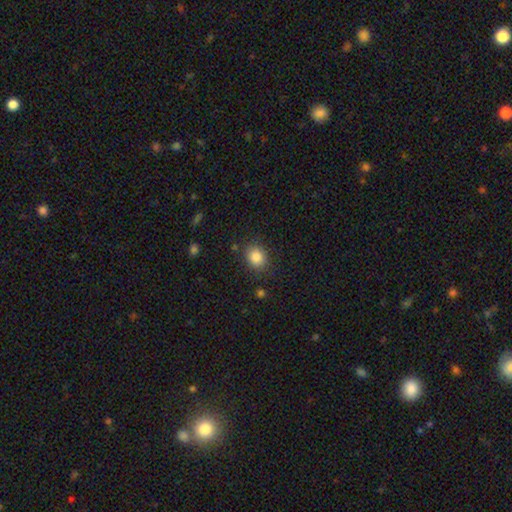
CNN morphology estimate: smooth 85%, star or artifact 10%, featured or disk 5%. Down the decision tree: how rounded — round (64%); merging — none (84%).